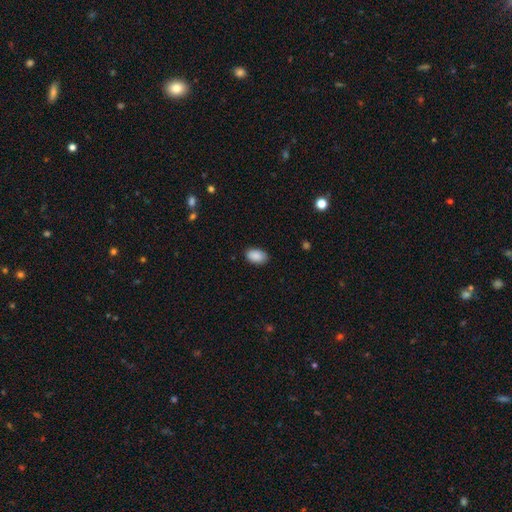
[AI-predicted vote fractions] smooth-or-featured: smooth: 90% | star or artifact: 7% | featured or disk: 4%
  how-rounded: in between: 92% | round: 7% | cigar-shaped: 1%
  merging: none: 86% | minor disturbance: 11% | major disturbance: 2% | merger: 1%